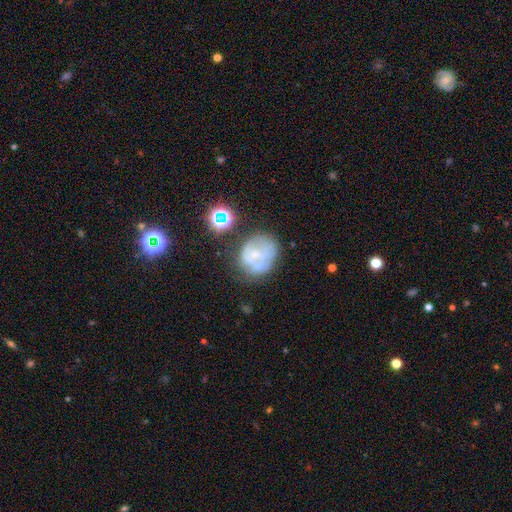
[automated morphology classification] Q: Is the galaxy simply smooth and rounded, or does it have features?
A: featured or disk — 51%.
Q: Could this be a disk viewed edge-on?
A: no — 97%.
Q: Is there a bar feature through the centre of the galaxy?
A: no — 78%.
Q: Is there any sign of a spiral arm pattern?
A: no — 65%.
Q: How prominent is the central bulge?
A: small — 54%.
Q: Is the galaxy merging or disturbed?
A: none — 46%.